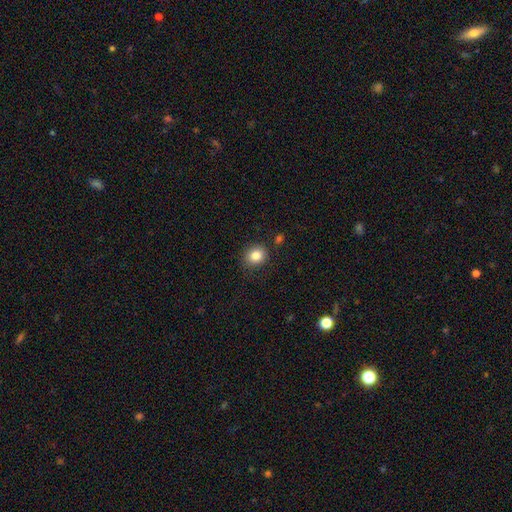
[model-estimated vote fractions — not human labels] Smooth or featured? smooth (83%)
How rounded? round (73%)
Merging? none (83%)